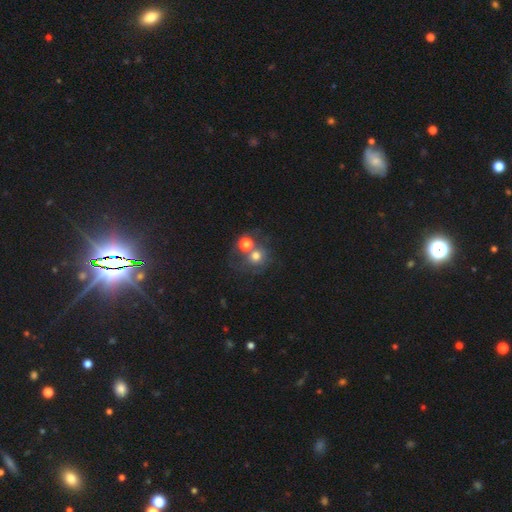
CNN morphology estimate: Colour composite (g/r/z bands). It shows a smooth galaxy with no disk features (67%) that is round (84%). Merging: merger (43%).